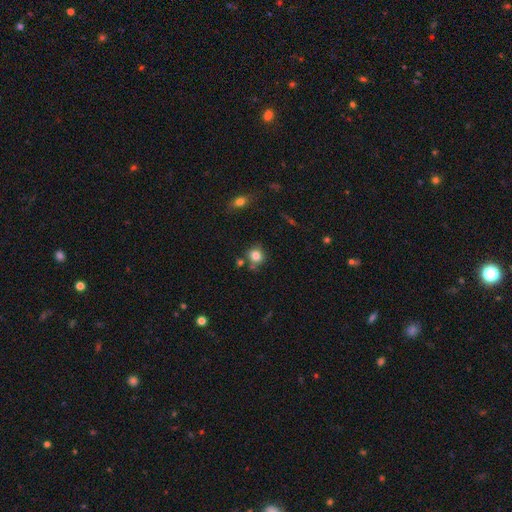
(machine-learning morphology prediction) type=smooth (81%); roundness=round (77%); merging=none (68%).